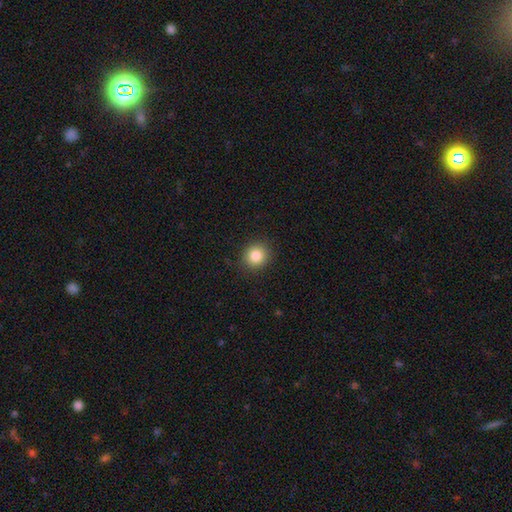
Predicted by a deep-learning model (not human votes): This appears to be a smooth galaxy with no disk features (84%) that is round (86%). Merging: none (90%).